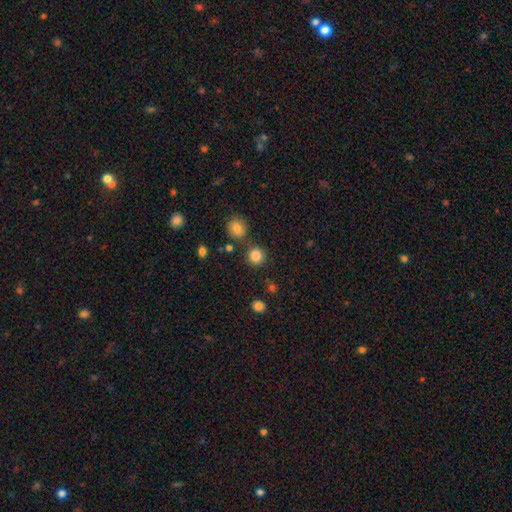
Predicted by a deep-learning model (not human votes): Smooth or featured?
  - smooth: 84% *
  - star or artifact: 11%
  - featured or disk: 4%
How rounded?
  - round: 91% *
  - in between: 8%
  - cigar-shaped: 1%
Merging?
  - none: 81% *
  - merger: 9%
  - minor disturbance: 8%
  - major disturbance: 3%